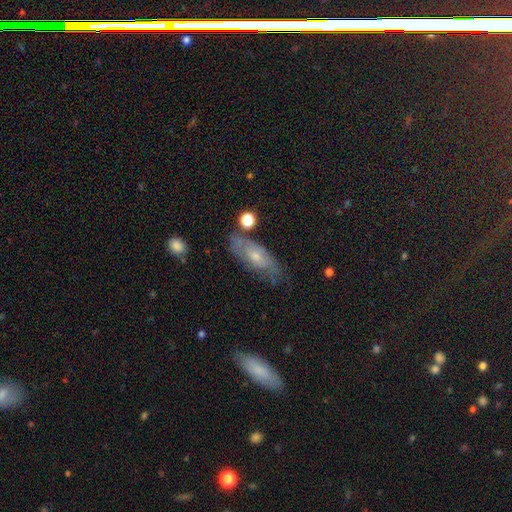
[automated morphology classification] The model was most divided on "smooth or featured": featured or disk: 52%, smooth: 39%, star or artifact: 9%. More confident: edge-on disk — no (78%); merging — none (66%).